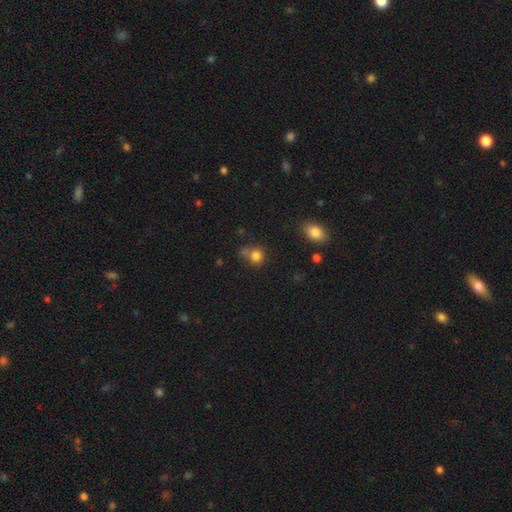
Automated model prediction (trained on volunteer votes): Morphology: type=smooth (80%); roundness=round (79%); merging=none (56%).